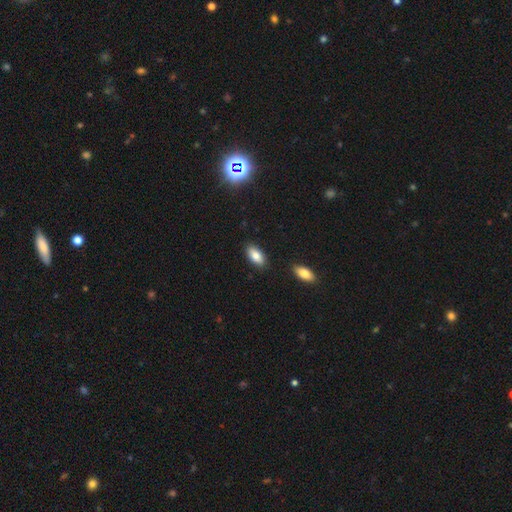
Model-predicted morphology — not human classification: This is clearly a smooth galaxy (83%). How rounded: clearly in between (91%). Merging: clearly none (86%).